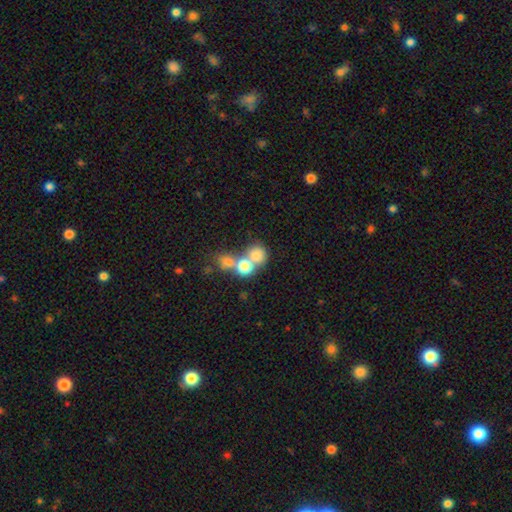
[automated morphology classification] Smooth or featured? smooth (72%)
How rounded? round (79%)
Merging? merger (49%)